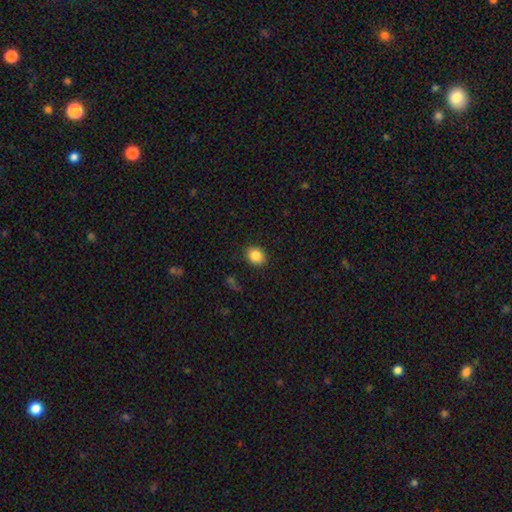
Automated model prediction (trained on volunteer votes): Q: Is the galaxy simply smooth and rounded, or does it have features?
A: smooth — 86%.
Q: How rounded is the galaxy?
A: round — 50%.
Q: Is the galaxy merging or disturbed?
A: none — 88%.